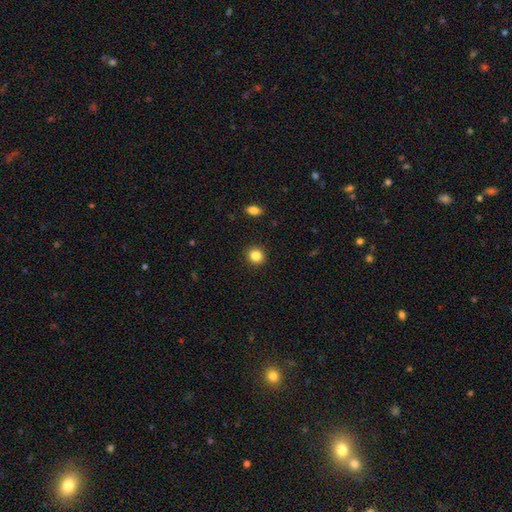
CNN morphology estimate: smooth-or-featured: smooth: 84% | star or artifact: 11% | featured or disk: 5%
  how-rounded: round: 88% | in between: 11% | cigar-shaped: 1%
  merging: none: 91% | minor disturbance: 6% | major disturbance: 2% | merger: 1%